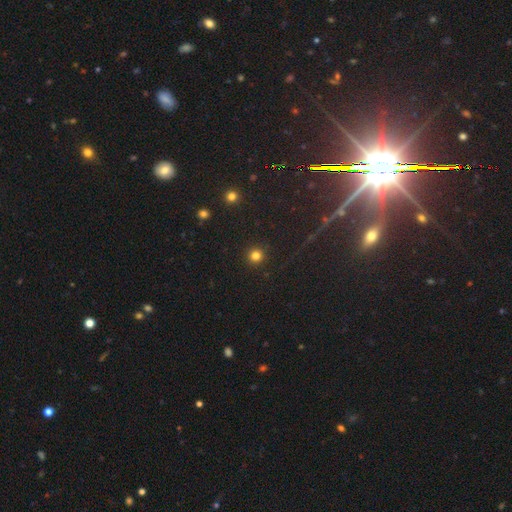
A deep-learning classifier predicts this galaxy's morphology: type=smooth (81%); roundness=round (95%); merging=none (93%).